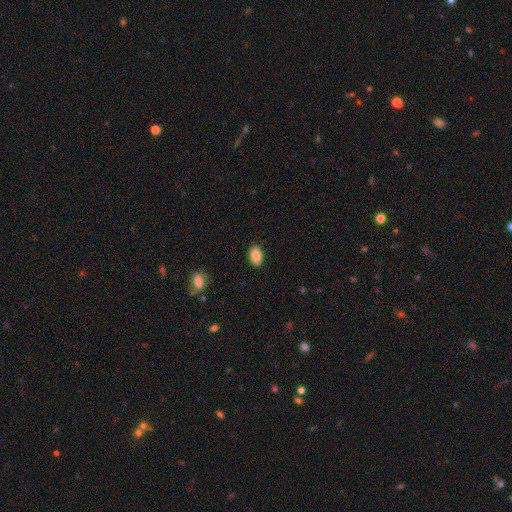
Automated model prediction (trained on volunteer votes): Smooth or featured? Predicted: smooth (p=0.85). How rounded? Predicted: in between (p=0.91). Merging? Predicted: none (p=0.88).